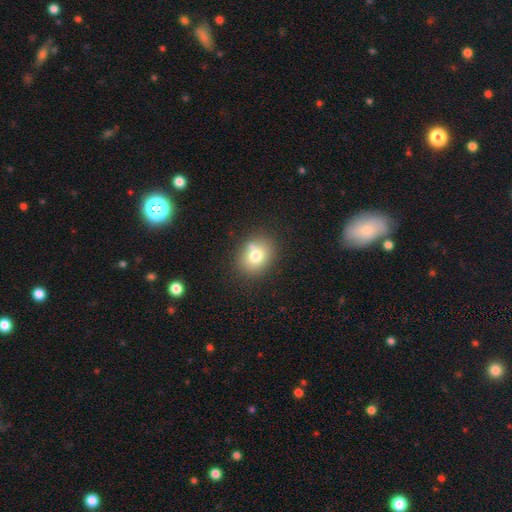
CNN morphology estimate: The model was most divided on "how rounded": round: 54%, in between: 45%, cigar-shaped: 1%. More confident: smooth or featured — smooth (74%); merging — none (73%).